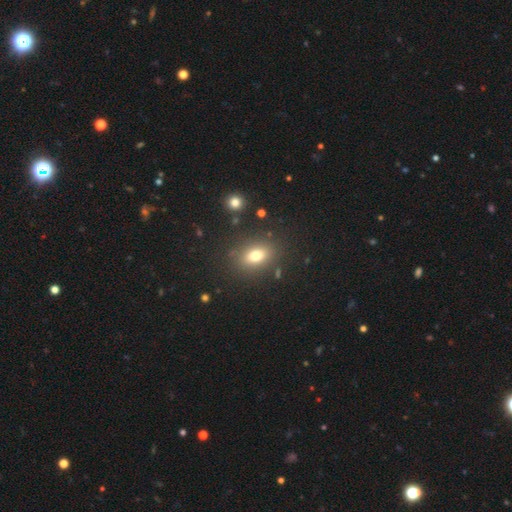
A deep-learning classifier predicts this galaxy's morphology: Smooth or featured? Predicted: smooth (p=0.75). How rounded? Predicted: in between (p=0.74). Merging? Predicted: none (p=0.83).